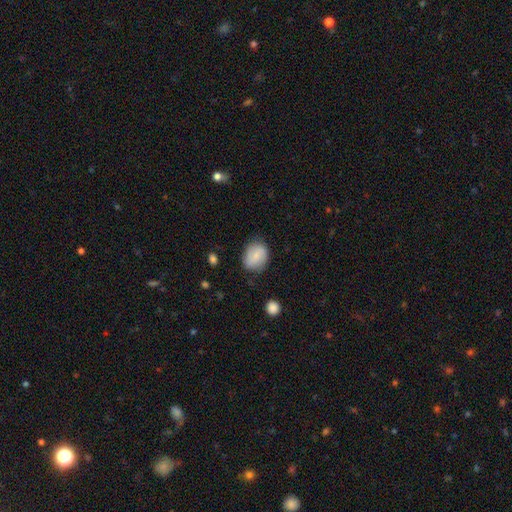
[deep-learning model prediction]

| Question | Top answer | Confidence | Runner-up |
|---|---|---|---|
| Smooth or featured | smooth | 67% | featured or disk (25%) |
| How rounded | in between | 51% | round (47%) |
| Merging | none | 73% | minor disturbance (20%) |